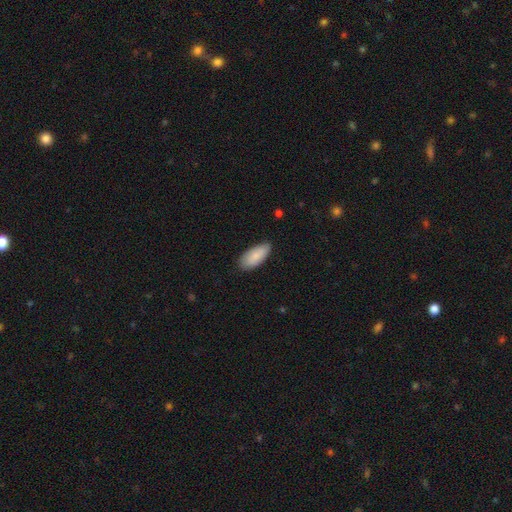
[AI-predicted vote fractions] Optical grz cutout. It shows a smooth galaxy with no disk features (86%) that is in between round and cigar-shaped (88%). Merging: none (79%).